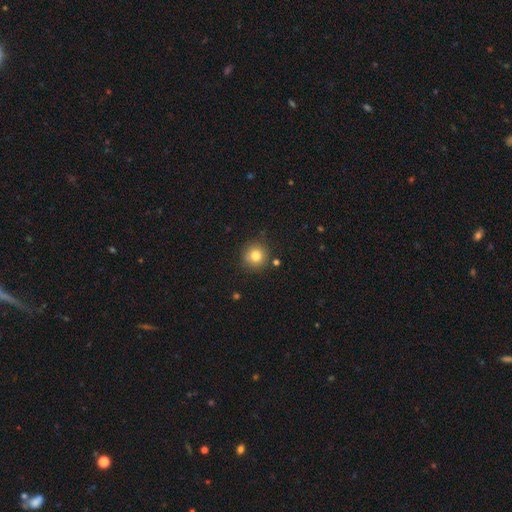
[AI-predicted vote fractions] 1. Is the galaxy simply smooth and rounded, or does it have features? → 81% smooth, 11% star or artifact, 8% featured or disk.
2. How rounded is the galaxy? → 93% round, 6% in between, 1% cigar-shaped.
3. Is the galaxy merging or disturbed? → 85% none, 9% minor disturbance, 3% merger, 2% major disturbance.